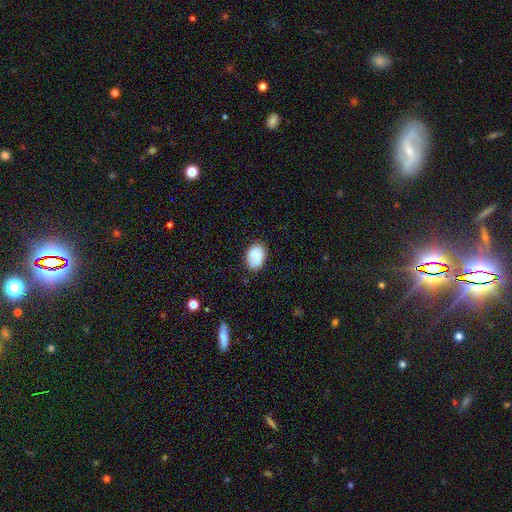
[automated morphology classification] type=smooth (80%); roundness=in between (81%); merging=none (74%).